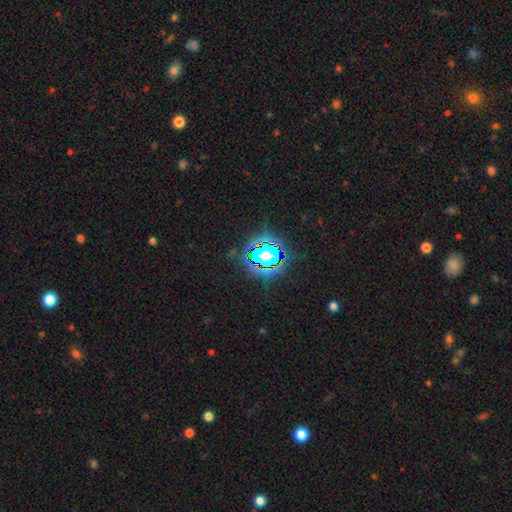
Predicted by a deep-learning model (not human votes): Morphology: type=star or artifact (80%).